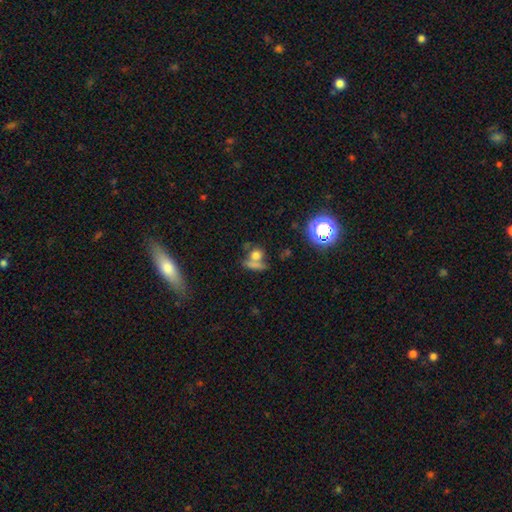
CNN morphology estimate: A smooth galaxy with no disk features (67%) that is round (70%). Merging: none (49%).